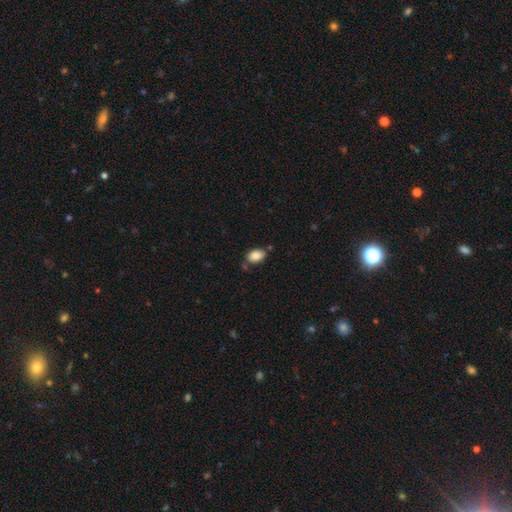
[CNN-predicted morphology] smooth_or_featured: smooth (p=0.87) [alt: star or artifact p=0.08]
how_rounded: in between (p=0.88) [alt: round p=0.10]
merging: none (p=0.70) [alt: minor disturbance p=0.18]